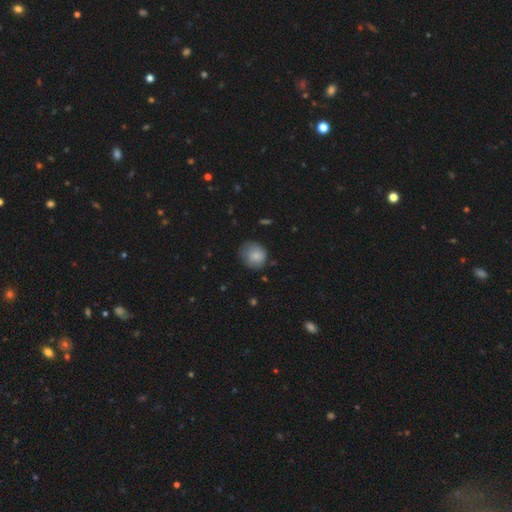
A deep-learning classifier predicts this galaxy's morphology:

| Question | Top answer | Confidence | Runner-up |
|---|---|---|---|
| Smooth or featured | smooth | 82% | featured or disk (11%) |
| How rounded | round | 78% | in between (21%) |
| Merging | none | 64% | minor disturbance (27%) |